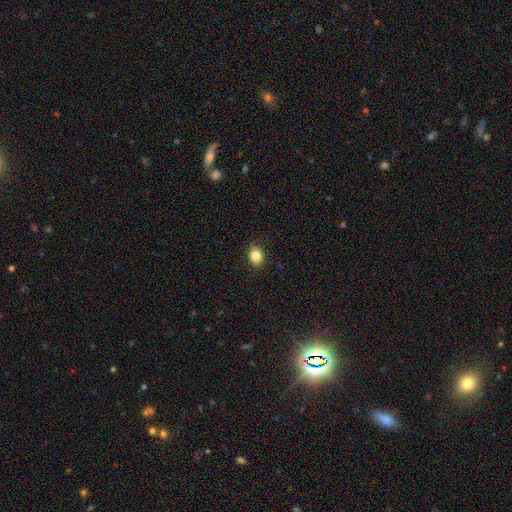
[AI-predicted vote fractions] smooth 84%, star or artifact 10%, featured or disk 6%. Down the decision tree: how rounded — in between (55%); merging — none (89%).